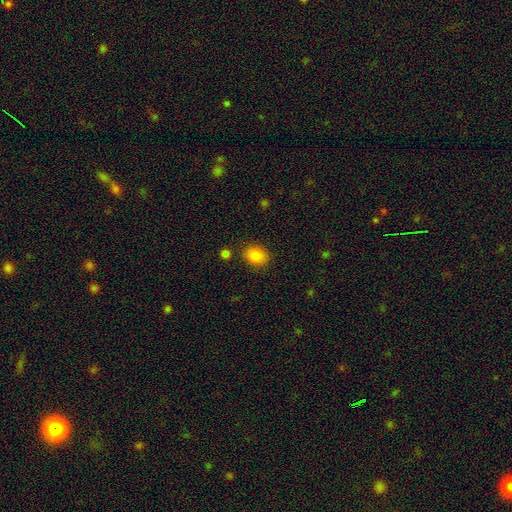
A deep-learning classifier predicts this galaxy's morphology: A smooth galaxy with no disk features (85%) that is in between round and cigar-shaped (53%). Merging: none (85%).